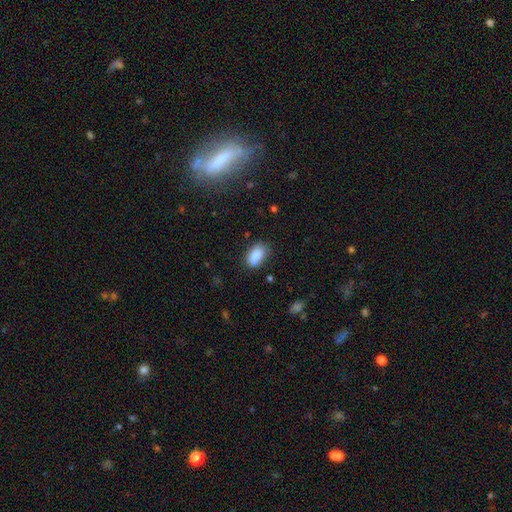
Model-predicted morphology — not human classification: smooth_or_featured: smooth (p=0.87) [alt: star or artifact p=0.08]
how_rounded: in between (p=0.91) [alt: round p=0.07]
merging: none (p=0.71) [alt: minor disturbance p=0.21]